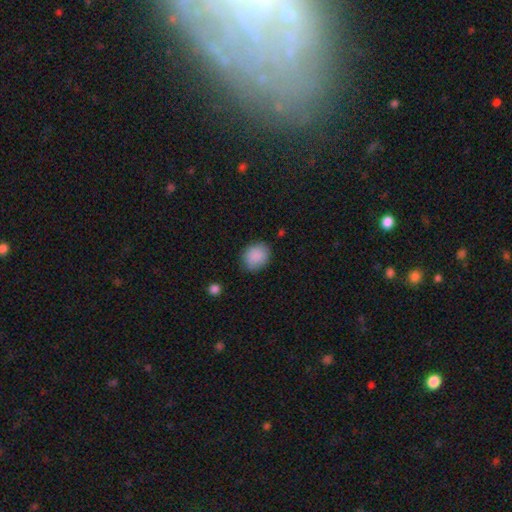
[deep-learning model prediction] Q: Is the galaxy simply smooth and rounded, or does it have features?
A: smooth — 88%.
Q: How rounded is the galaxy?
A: round — 58%.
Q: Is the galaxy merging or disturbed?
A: none — 80%.